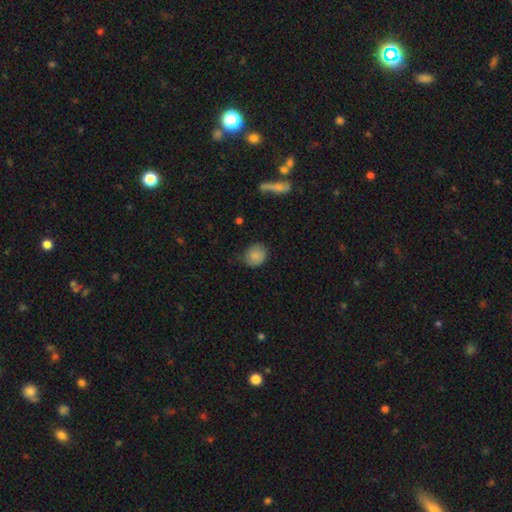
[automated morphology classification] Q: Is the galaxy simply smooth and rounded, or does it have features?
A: smooth — 82%.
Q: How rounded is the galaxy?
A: round — 73%.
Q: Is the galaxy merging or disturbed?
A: none — 68%.